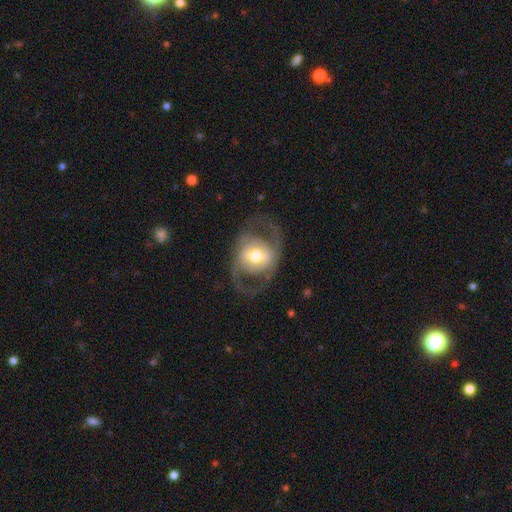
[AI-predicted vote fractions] This is likely a featured or disk galaxy (71%). It is clearly not viewed edge-on (94%). Bar: marginally no (43%). Spiral arm pattern: possibly yes (60%). Central bulge: likely moderate (66%). Merging: likely none (70%).